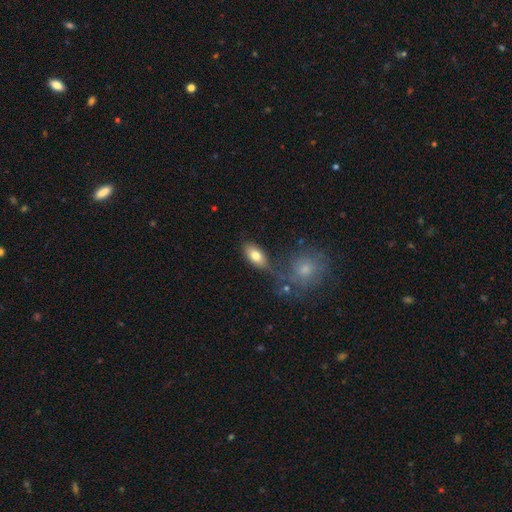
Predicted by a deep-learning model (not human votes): This is likely a smooth galaxy (78%). How rounded: clearly in between (89%). Merging: likely none (65%).